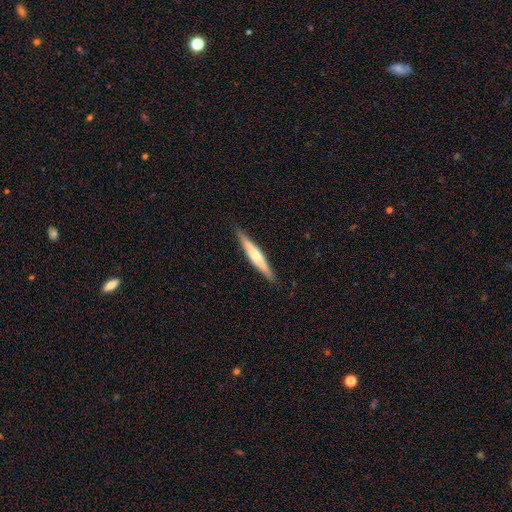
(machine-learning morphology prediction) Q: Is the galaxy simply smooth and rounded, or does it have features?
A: featured or disk — 55%.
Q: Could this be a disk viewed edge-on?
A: yes — 96%.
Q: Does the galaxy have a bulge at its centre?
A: rounded — 76%.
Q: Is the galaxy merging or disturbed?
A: none — 90%.